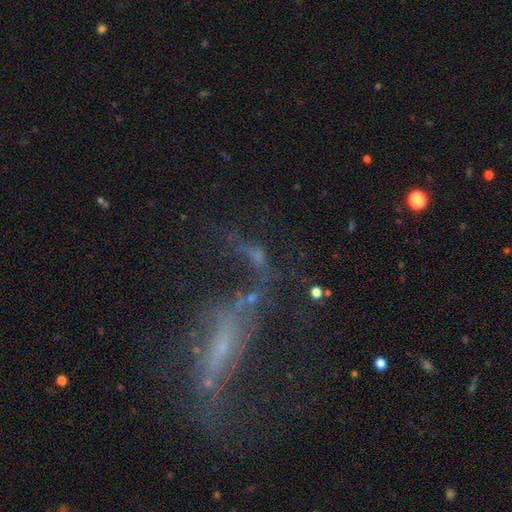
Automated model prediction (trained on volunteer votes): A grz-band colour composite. It shows a featured or disk galaxy (38%). Merging: none (34%, tied with major disturbance).